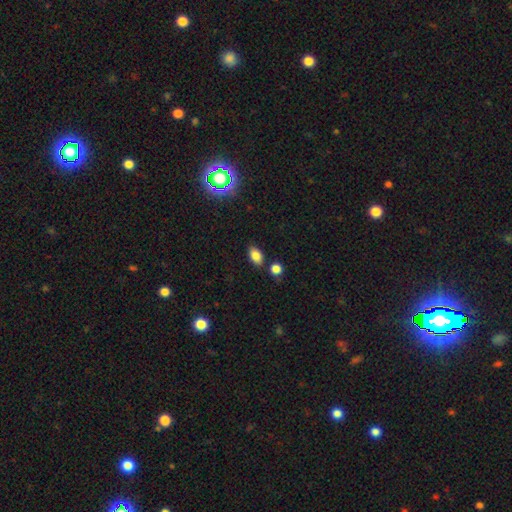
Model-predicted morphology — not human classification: smooth 82%, star or artifact 11%, featured or disk 7%. Down the decision tree: how rounded — in between (88%); merging — none (79%).